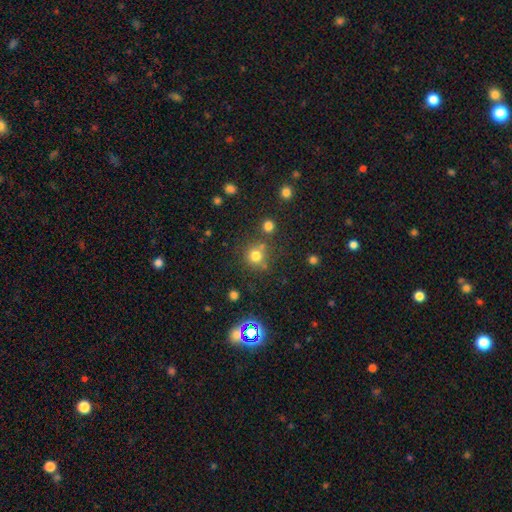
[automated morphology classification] smooth 73%, star or artifact 19%, featured or disk 8%. Down the decision tree: how rounded — round (89%); merging — none (68%).